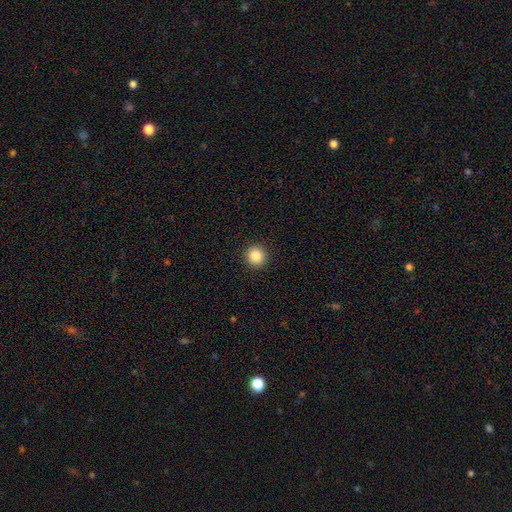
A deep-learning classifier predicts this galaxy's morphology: Smooth or featured: smooth — 86% (star or artifact — 10%)
How rounded: round — 93% (in between — 6%)
Merging: none — 93% (minor disturbance — 5%)